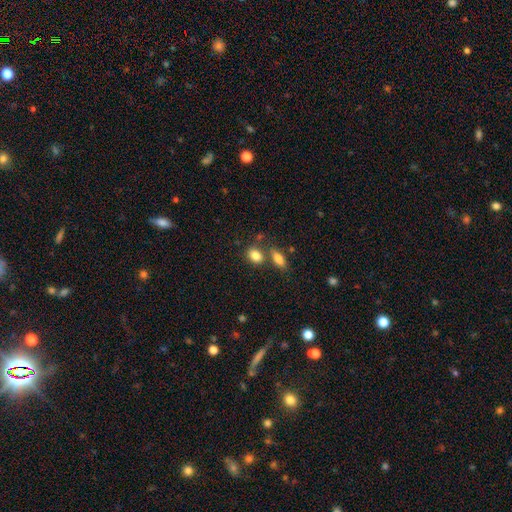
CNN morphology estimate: The model was most divided on "merging": none: 57%, merger: 26%, minor disturbance: 12%, major disturbance: 4%. More confident: smooth or featured — smooth (84%); how rounded — in between (72%).